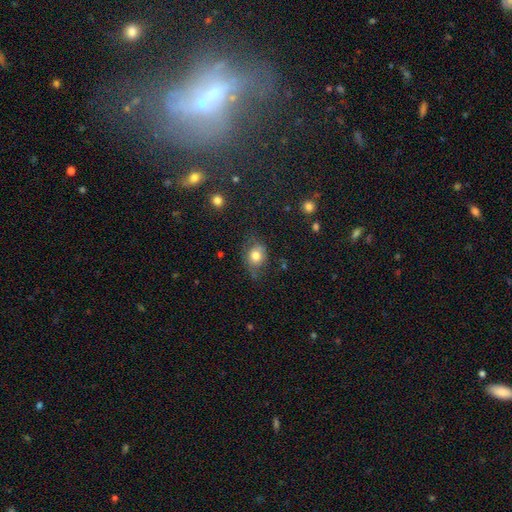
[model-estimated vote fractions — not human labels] A smooth galaxy with no disk features (75%) that is round (56%).

Vote fractions:
- Smooth or featured? smooth: 75% / featured or disk: 15% / star or artifact: 10%
- How rounded? round: 56% / in between: 43% / cigar-shaped: 1%
- Merging? none: 58% / minor disturbance: 28% / major disturbance: 12% / merger: 2%